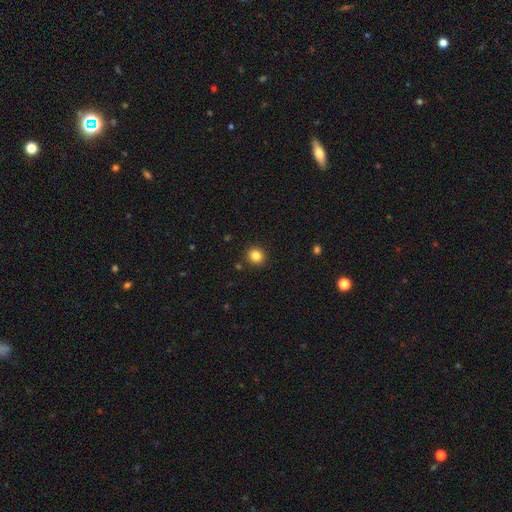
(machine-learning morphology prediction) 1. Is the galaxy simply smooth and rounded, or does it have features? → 84% smooth, 11% star or artifact, 5% featured or disk.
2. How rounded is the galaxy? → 90% round, 10% in between, 1% cigar-shaped.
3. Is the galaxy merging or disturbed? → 91% none, 5% minor disturbance, 2% major disturbance, 1% merger.